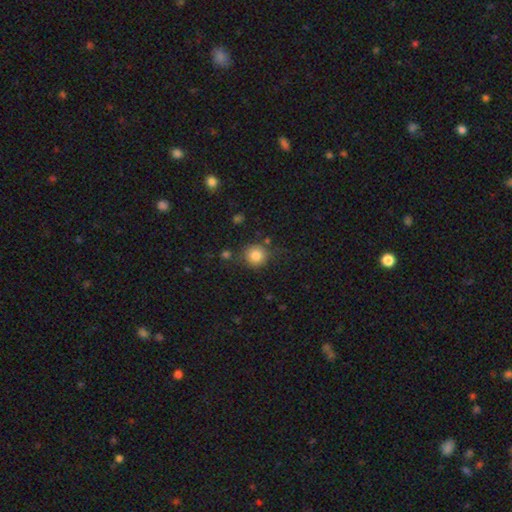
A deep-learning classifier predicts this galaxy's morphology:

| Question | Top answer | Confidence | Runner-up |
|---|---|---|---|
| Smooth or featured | smooth | 83% | star or artifact (11%) |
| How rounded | round | 91% | in between (8%) |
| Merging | none | 80% | minor disturbance (11%) |